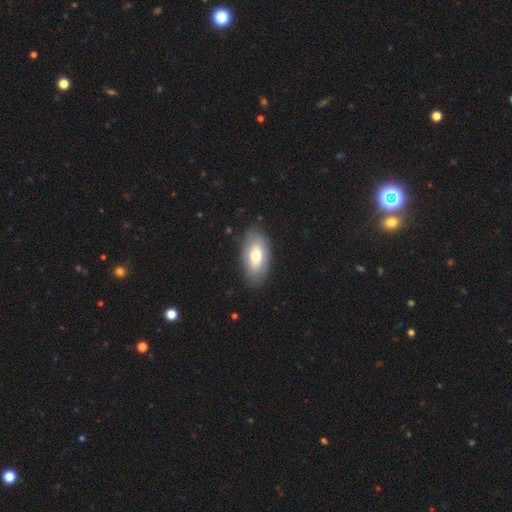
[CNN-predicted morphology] This is likely a smooth galaxy (63%). How rounded: clearly in between (93%). Merging: clearly none (81%).